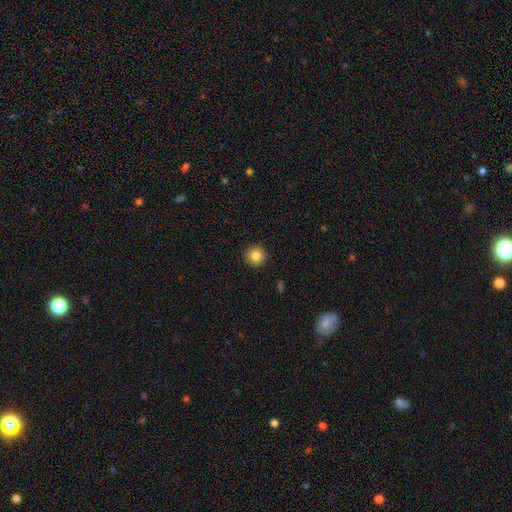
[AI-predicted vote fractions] Smooth or featured? Predicted: smooth (p=0.84). How rounded? Predicted: round (p=0.95). Merging? Predicted: none (p=0.93).